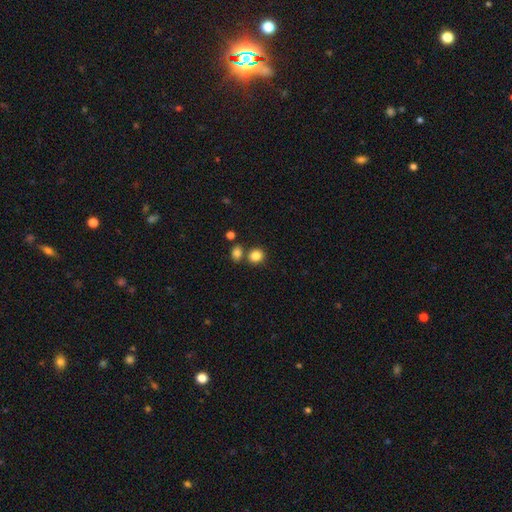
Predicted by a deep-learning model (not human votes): Q: Smooth or featured?
A: smooth (84%); runner-up: star or artifact (11%)
Q: How rounded?
A: round (78%); runner-up: in between (21%)
Q: Merging?
A: none (70%); runner-up: merger (18%)